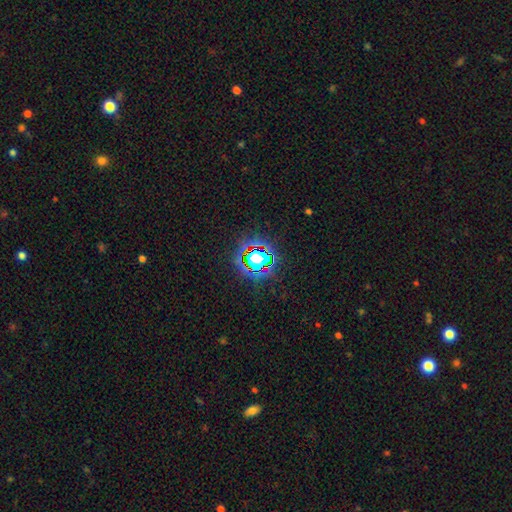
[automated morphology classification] Smooth or featured? Predicted: star or artifact (p=0.65).